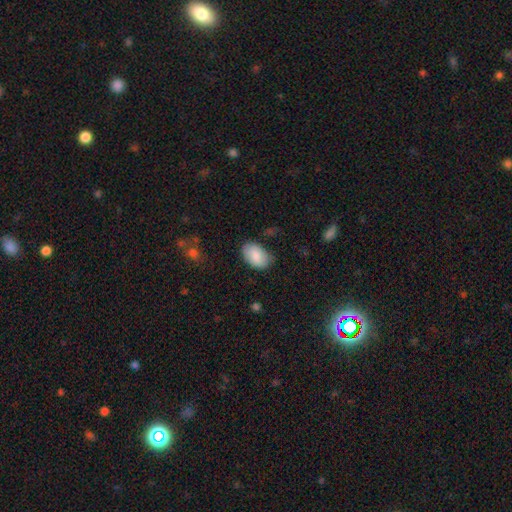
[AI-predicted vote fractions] smooth 86%, featured or disk 8%, star or artifact 6%. Down the decision tree: how rounded — in between (91%); merging — none (77%).